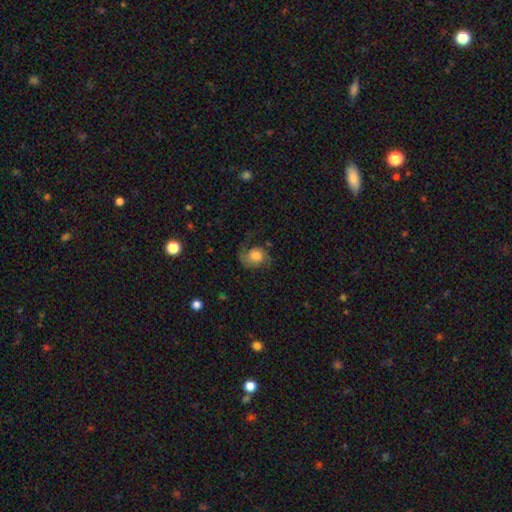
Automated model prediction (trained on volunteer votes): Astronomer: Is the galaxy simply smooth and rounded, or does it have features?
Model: featured or disk — 53% (runner-up: smooth, 38%).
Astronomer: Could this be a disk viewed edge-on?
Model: no — 97%.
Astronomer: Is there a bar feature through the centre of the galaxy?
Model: no — 75%.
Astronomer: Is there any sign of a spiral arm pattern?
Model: yes — 90%.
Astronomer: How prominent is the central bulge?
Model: moderate — 38% (runner-up: large, 36%).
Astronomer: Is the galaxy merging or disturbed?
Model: none — 53%.